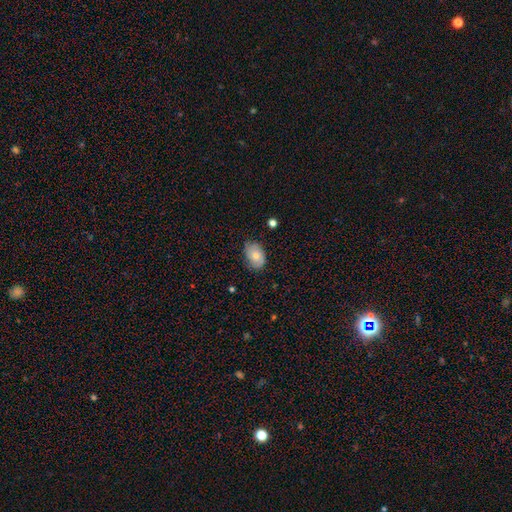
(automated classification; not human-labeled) Smooth or featured: smooth — 70% (featured or disk — 23%)
How rounded: in between — 82% (round — 16%)
Merging: none — 72% (minor disturbance — 23%)